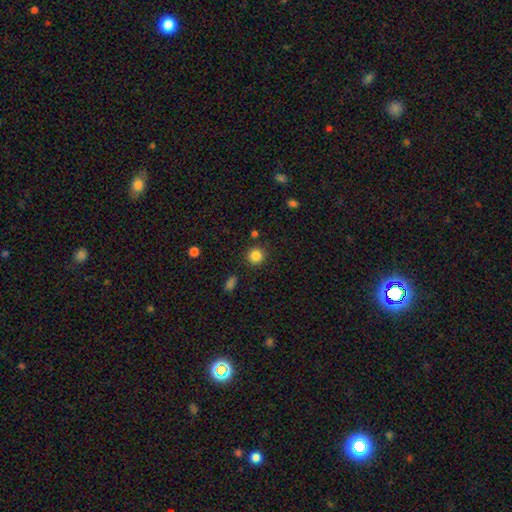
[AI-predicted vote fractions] smooth-or-featured: smooth: 85% | star or artifact: 11% | featured or disk: 4%
  how-rounded: round: 93% | in between: 6% | cigar-shaped: 1%
  merging: none: 87% | minor disturbance: 7% | merger: 3% | major disturbance: 3%